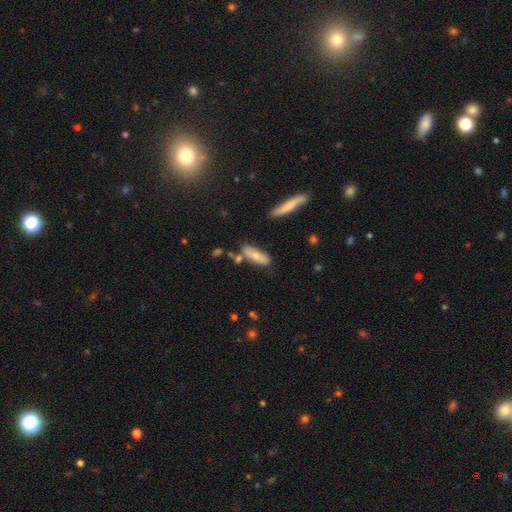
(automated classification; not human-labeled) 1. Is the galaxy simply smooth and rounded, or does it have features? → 68% smooth, 26% featured or disk, 7% star or artifact.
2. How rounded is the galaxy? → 53% in between, 44% cigar-shaped, 2% round.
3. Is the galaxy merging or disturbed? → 68% none, 17% minor disturbance, 10% merger, 4% major disturbance.